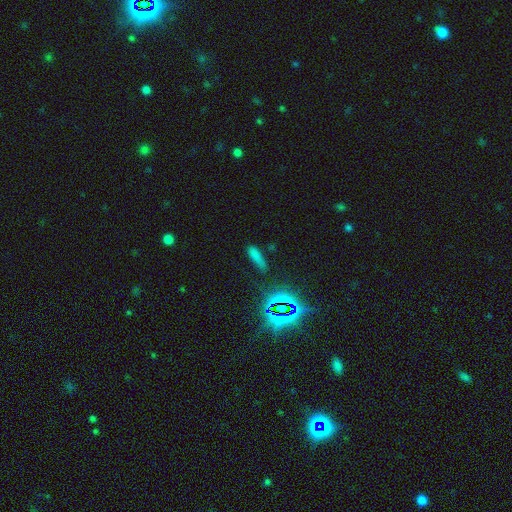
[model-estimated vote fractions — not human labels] smooth-or-featured: smooth: 65% | star or artifact: 26% | featured or disk: 8%
  how-rounded: cigar-shaped: 61% | in between: 35% | round: 4%
  merging: none: 70% | minor disturbance: 18% | major disturbance: 7% | merger: 4%